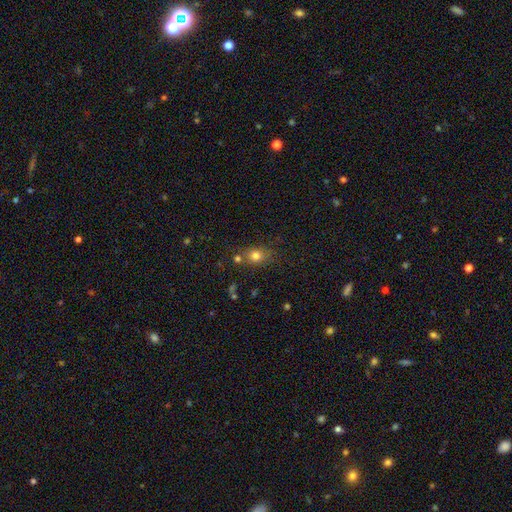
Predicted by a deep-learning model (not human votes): A smooth galaxy with no disk features (77%) that is round (56%).

Vote fractions:
- Smooth or featured? smooth: 77% / star or artifact: 14% / featured or disk: 9%
- How rounded? round: 56% / in between: 42% / cigar-shaped: 2%
- Merging? none: 70% / minor disturbance: 15% / merger: 11% / major disturbance: 5%